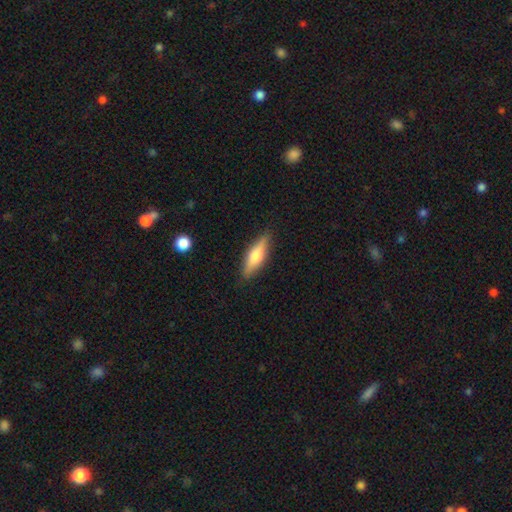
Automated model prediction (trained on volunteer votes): Q: Smooth or featured?
A: smooth (52%); runner-up: featured or disk (41%)
Q: How rounded?
A: cigar-shaped (63%); runner-up: in between (35%)
Q: Merging?
A: none (88%); runner-up: minor disturbance (9%)